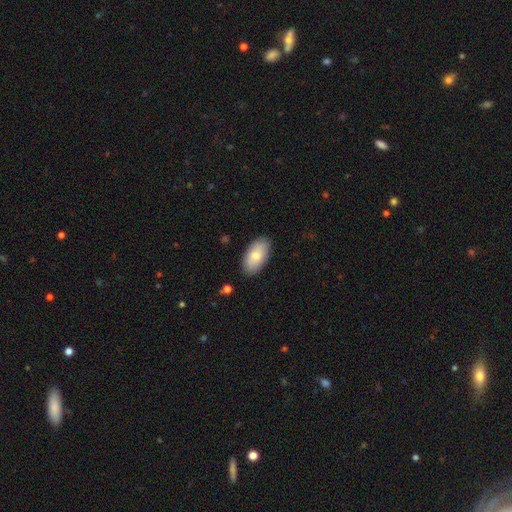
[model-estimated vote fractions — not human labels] Smooth or featured: smooth — 77% (featured or disk — 17%)
How rounded: in between — 95% (round — 3%)
Merging: none — 87% (minor disturbance — 9%)